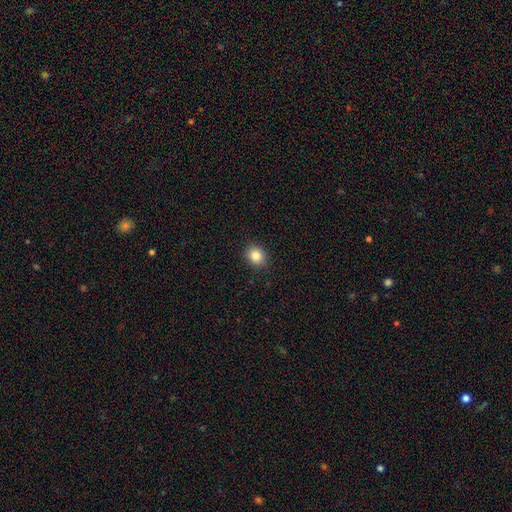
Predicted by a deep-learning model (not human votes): Smooth or featured: smooth — 85% (star or artifact — 10%)
How rounded: round — 64% (in between — 35%)
Merging: none — 90% (minor disturbance — 7%)